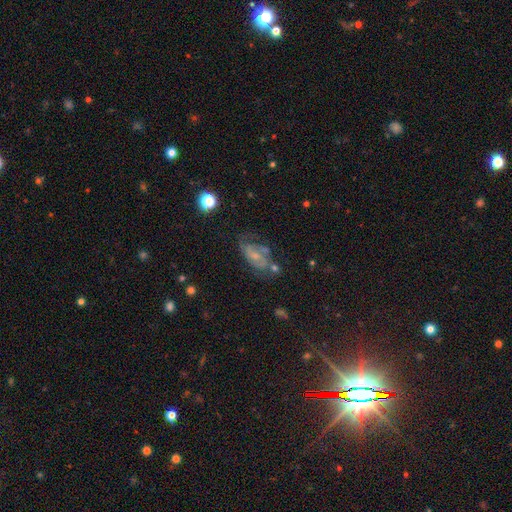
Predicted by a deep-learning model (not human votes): This is likely a featured or disk galaxy (64%). It is clearly not viewed edge-on (94%). Bar: possibly no (54%). Spiral arm pattern: clearly yes (81%). Central bulge: possibly small (56%). Merging: possibly none (48%).